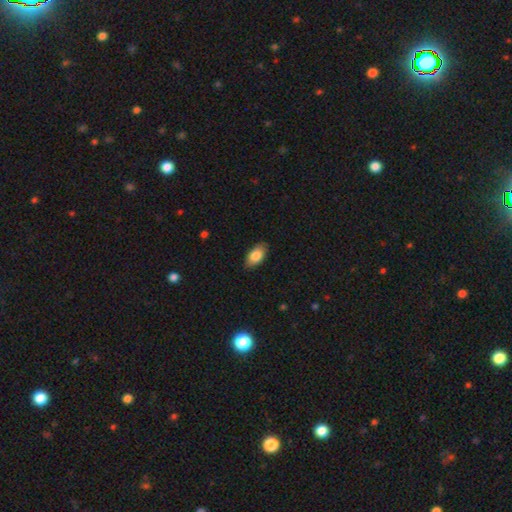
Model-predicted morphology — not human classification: The model was most divided on "smooth or featured": smooth: 83%, featured or disk: 10%, star or artifact: 7%. More confident: how rounded — in between (93%); merging — none (86%).